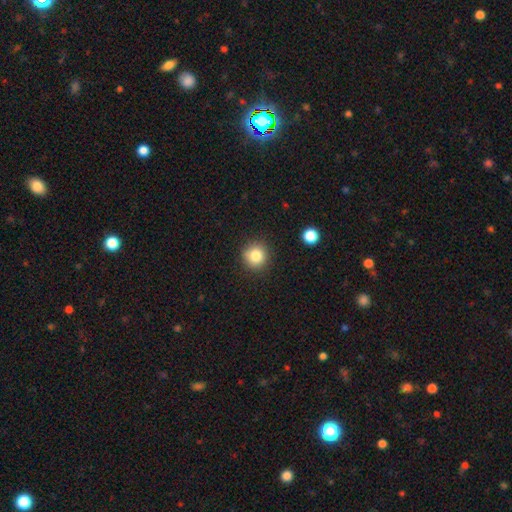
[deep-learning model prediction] smooth_or_featured: smooth (p=0.82) [alt: star or artifact p=0.11]
how_rounded: round (p=0.93) [alt: in between p=0.06]
merging: none (p=0.89) [alt: minor disturbance p=0.07]